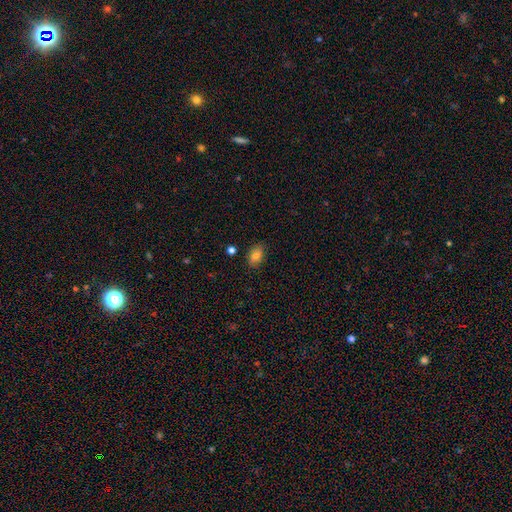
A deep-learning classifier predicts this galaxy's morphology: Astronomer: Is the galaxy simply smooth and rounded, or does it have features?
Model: smooth — 81%.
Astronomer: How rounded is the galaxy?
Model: in between — 85%.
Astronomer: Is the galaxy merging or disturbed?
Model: none — 82%.